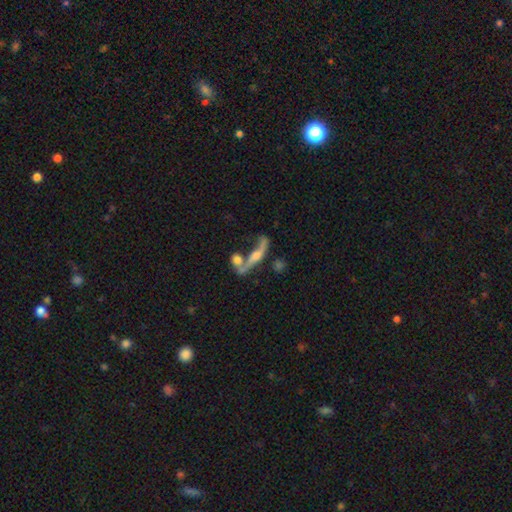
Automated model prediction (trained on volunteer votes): A featured or disk galaxy (64%) viewed edge-on (68%).

Vote fractions:
- Smooth or featured? featured or disk: 64% / smooth: 25% / star or artifact: 11%
- Edge-on disk? yes: 68% / no: 32%
- Merging? none: 36% / merger: 35% / major disturbance: 15% / minor disturbance: 14%